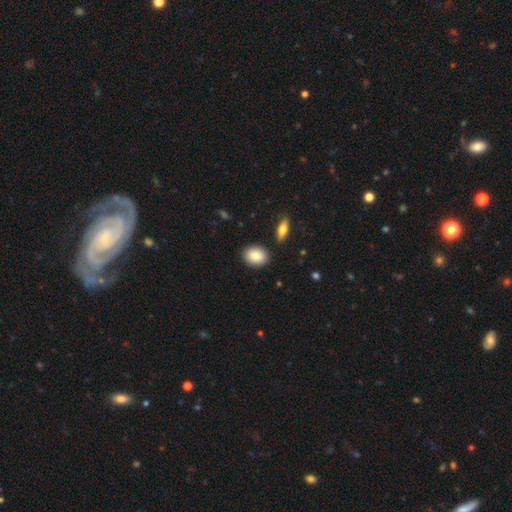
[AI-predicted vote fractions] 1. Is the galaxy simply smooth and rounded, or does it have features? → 85% smooth, 8% featured or disk, 6% star or artifact.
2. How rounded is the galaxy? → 64% in between, 34% round, 2% cigar-shaped.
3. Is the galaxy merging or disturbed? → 87% none, 8% minor disturbance, 3% merger, 2% major disturbance.